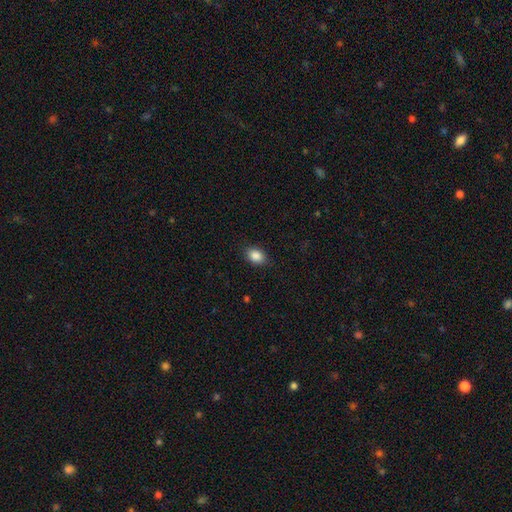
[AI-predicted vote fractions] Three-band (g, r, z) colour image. It shows a smooth galaxy with no disk features (88%) that is in between round and cigar-shaped (78%). Merging: none (86%).